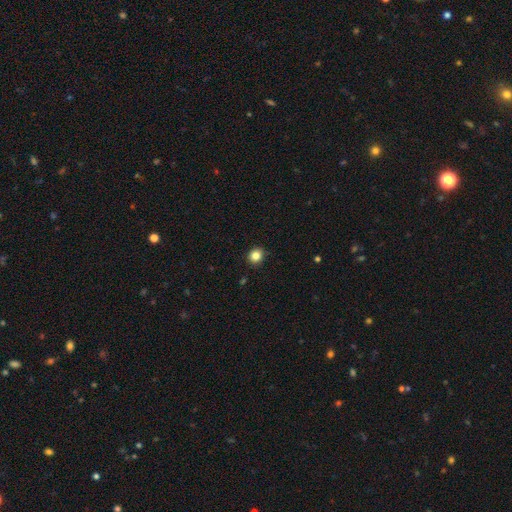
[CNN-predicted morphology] Q: Smooth or featured?
A: smooth (84%); runner-up: star or artifact (11%)
Q: How rounded?
A: round (86%); runner-up: in between (13%)
Q: Merging?
A: none (91%); runner-up: minor disturbance (6%)